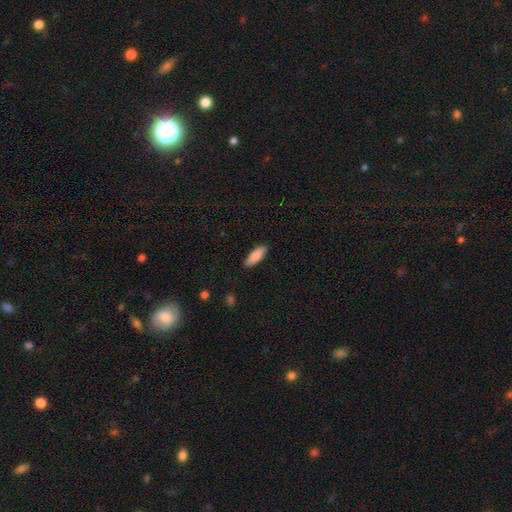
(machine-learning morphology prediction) A smooth galaxy with no disk features (85%) that is in between round and cigar-shaped (61%).

Vote fractions:
- Smooth or featured? smooth: 85% / featured or disk: 9% / star or artifact: 6%
- How rounded? in between: 61% / cigar-shaped: 37% / round: 2%
- Merging? none: 88% / minor disturbance: 9% / major disturbance: 2% / merger: 1%